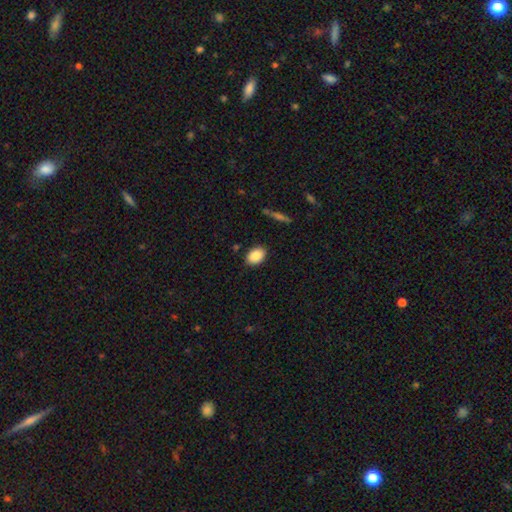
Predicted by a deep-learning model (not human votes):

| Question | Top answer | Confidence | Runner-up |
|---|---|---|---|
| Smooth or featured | smooth | 89% | star or artifact (7%) |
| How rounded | in between | 83% | round (16%) |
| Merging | none | 87% | minor disturbance (9%) |